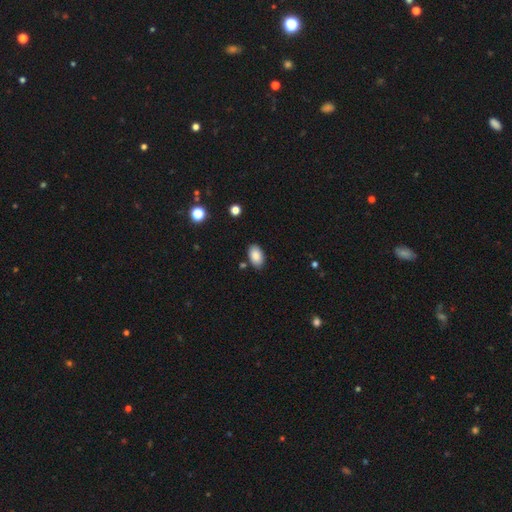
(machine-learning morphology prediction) Smooth or featured: smooth — 86% (star or artifact — 8%)
How rounded: in between — 93% (round — 6%)
Merging: none — 85% (minor disturbance — 10%)